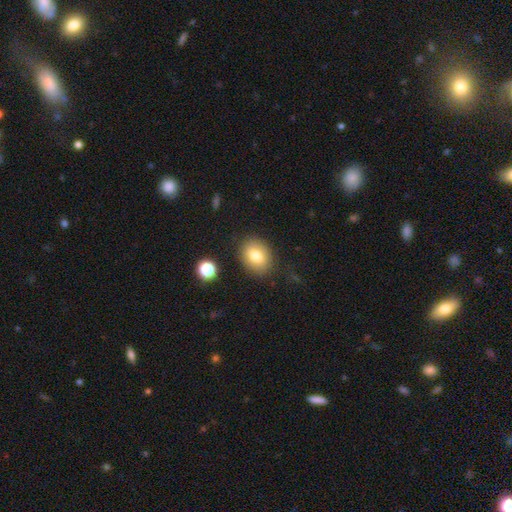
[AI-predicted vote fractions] smooth_or_featured: smooth (p=0.78) [alt: featured or disk p=0.12]
how_rounded: in between (p=0.58) [alt: round p=0.41]
merging: none (p=0.83) [alt: minor disturbance p=0.11]